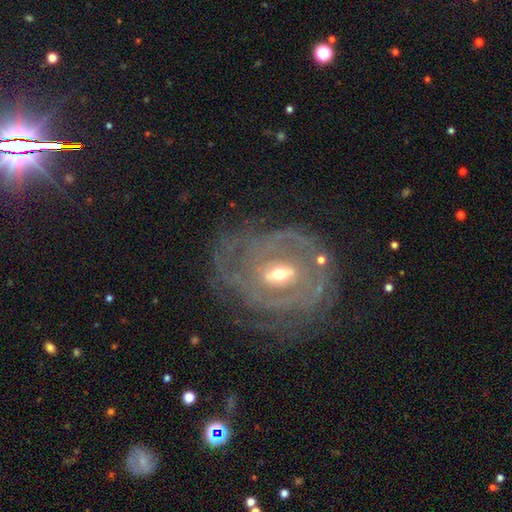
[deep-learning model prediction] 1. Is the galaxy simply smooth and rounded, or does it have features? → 82% featured or disk, 10% star or artifact, 8% smooth.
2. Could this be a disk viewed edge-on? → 96% no, 4% yes.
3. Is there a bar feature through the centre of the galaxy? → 46% weak, 30% strong, 25% no.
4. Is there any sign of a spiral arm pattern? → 87% yes, 13% no.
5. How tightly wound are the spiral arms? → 70% tight, 23% medium, 7% loose.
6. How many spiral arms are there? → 40% can't tell, 24% 2, 14% 3, 9% 4, 7% more than 4, 7% 1.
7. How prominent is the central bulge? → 55% moderate, 40% small, 3% large, 1% none, 1% dominant.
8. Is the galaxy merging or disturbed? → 74% none, 15% minor disturbance, 9% major disturbance, 2% merger.